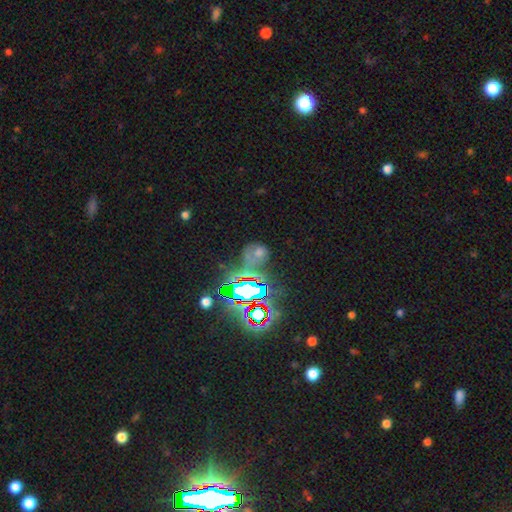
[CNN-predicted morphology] type=star or artifact (52%).